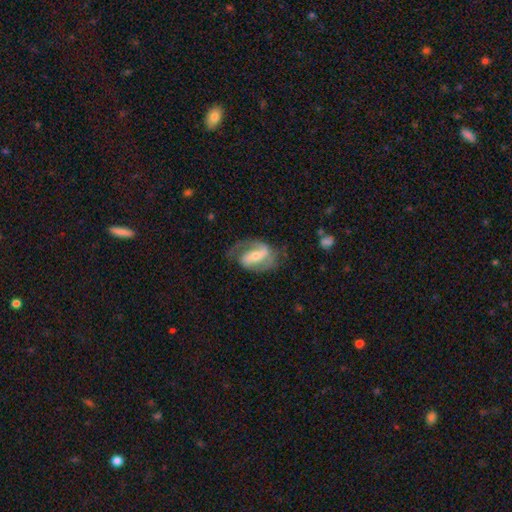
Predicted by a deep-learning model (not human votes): Smooth or featured: featured or disk — 80% (smooth — 15%)
Edge-on disk: no — 95% (yes — 5%)
Bar: strong — 54% (weak — 32%)
Spiral arms: yes — 89% (no — 11%)
Spiral winding: medium — 45% (loose — 35%)
Spiral arm count: 2 — 75% (1 — 14%)
Bulge size: small — 46% (tied with moderate — 46%)
Merging: none — 56% (minor disturbance — 23%)